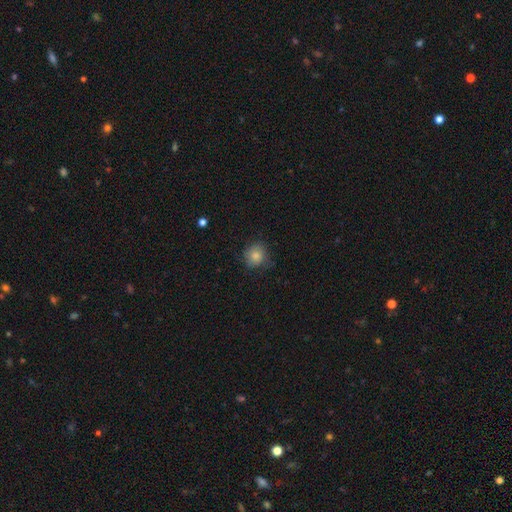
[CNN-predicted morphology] Q: Smooth or featured?
A: smooth (83%); runner-up: star or artifact (9%)
Q: How rounded?
A: round (85%); runner-up: in between (14%)
Q: Merging?
A: none (71%); runner-up: minor disturbance (22%)